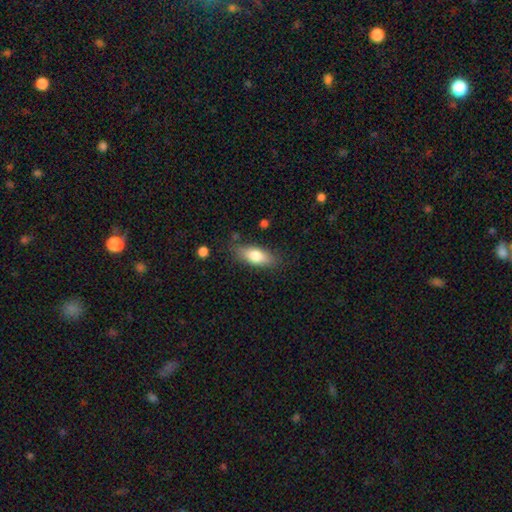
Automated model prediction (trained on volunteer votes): Smooth or featured: smooth — 76% (featured or disk — 17%)
How rounded: in between — 78% (cigar-shaped — 19%)
Merging: none — 80% (minor disturbance — 15%)